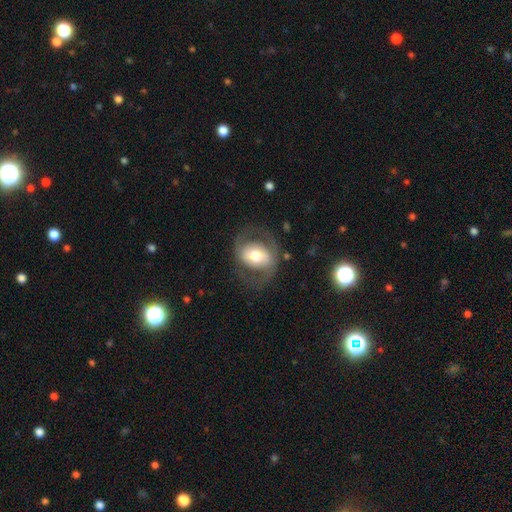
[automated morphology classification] Smooth or featured? featured or disk (60%)
Edge-on disk? no (95%)
Bar? no (41%)
Spiral arms? yes (52%)
Bulge size? moderate (62%)
Merging? none (69%)